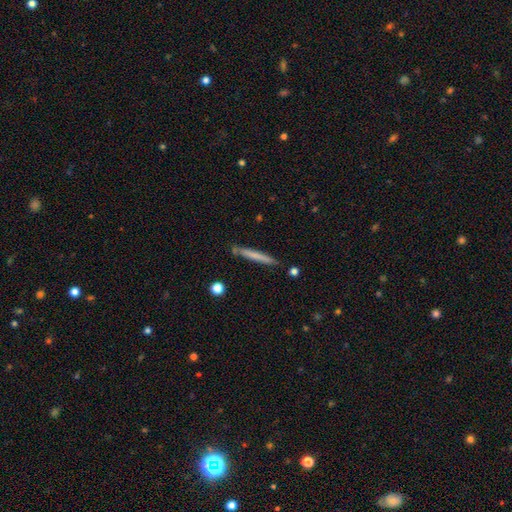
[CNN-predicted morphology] This appears to be a smooth galaxy with no disk features (66%) that is cigar-shaped (96%). Merging: none (83%).